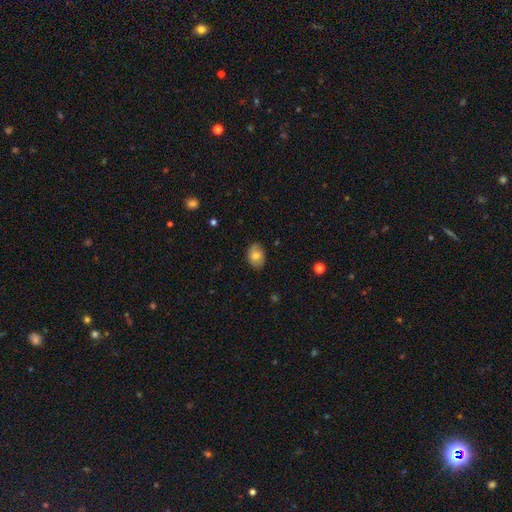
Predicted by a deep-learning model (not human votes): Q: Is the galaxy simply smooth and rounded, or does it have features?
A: smooth — 75%.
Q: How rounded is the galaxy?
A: in between — 76%.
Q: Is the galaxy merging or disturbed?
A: none — 83%.